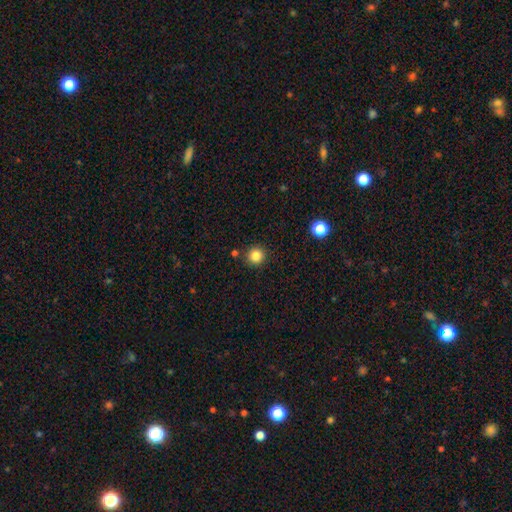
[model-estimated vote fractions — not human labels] smooth 84%, star or artifact 12%, featured or disk 4%. Down the decision tree: how rounded — round (95%); merging — none (88%).